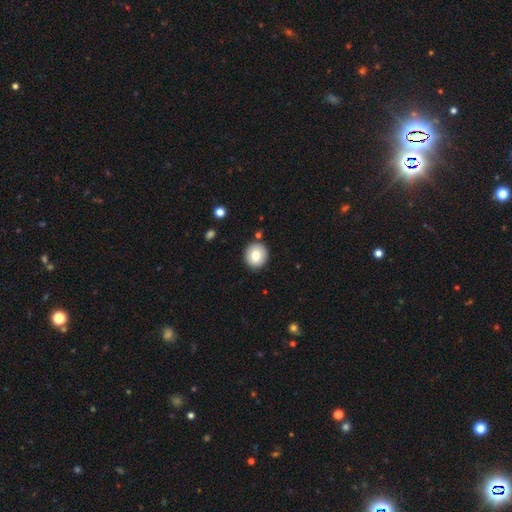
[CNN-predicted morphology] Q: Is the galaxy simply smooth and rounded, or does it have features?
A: smooth — 78%.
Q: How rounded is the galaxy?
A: round — 90%.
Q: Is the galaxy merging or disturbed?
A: none — 89%.